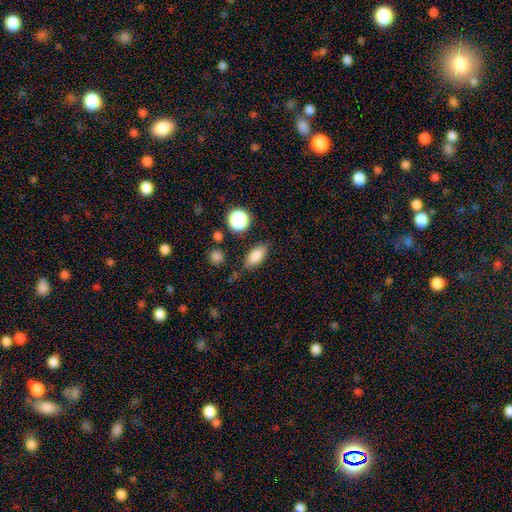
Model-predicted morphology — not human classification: This is clearly a smooth galaxy (82%). How rounded: clearly in between (84%). Merging: likely none (78%).